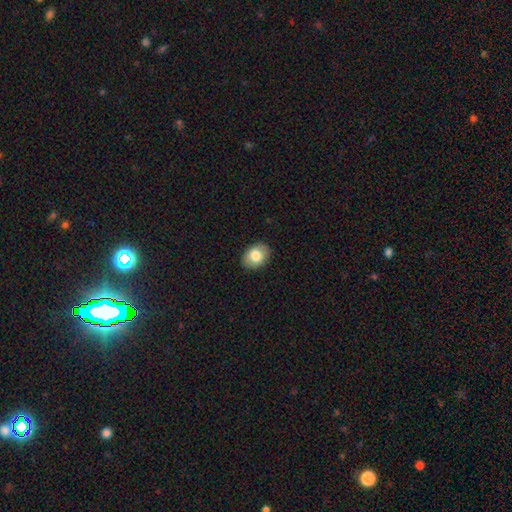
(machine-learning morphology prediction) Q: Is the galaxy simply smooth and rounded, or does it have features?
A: smooth — 80%.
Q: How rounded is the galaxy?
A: in between — 71%.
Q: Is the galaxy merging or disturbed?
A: none — 88%.